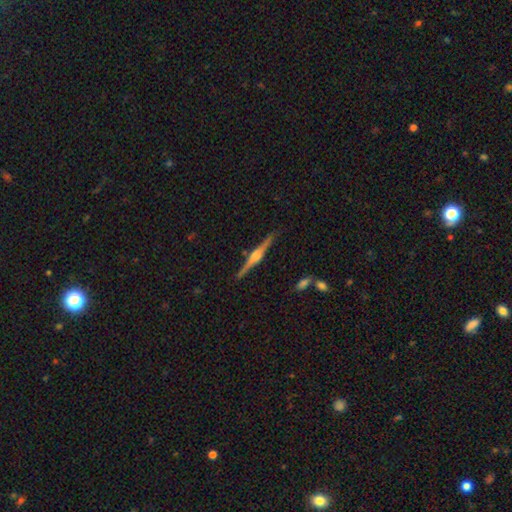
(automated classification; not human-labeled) Morphology: type=featured or disk (82%); edge-on=yes (98%); edge-on bulge=rounded (81%); merging=none (89%).